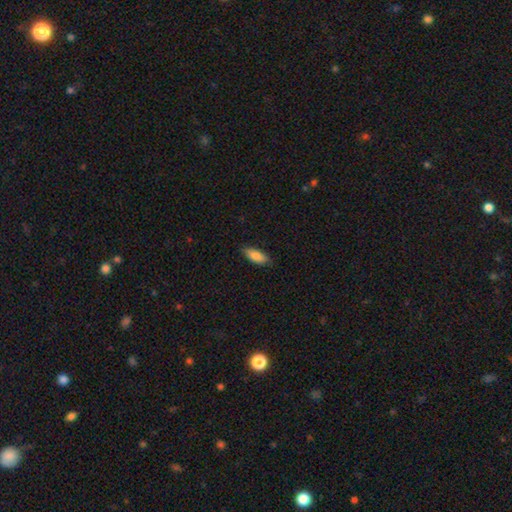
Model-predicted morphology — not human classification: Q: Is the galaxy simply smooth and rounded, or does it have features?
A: smooth — 85%.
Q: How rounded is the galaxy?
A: in between — 79%.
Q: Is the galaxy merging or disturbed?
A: none — 84%.